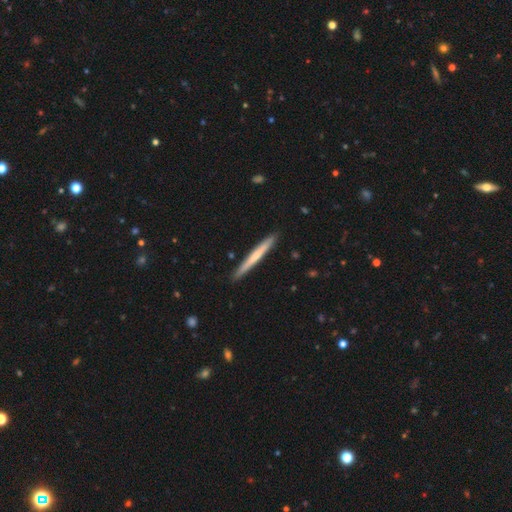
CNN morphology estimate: A smooth galaxy with no disk features (51%) that is cigar-shaped (97%).

Vote fractions:
- Smooth or featured? smooth: 51% / featured or disk: 44% / star or artifact: 5%
- How rounded? cigar-shaped: 97% / in between: 2% / round: 1%
- Merging? none: 92% / minor disturbance: 6% / major disturbance: 1% / merger: 1%